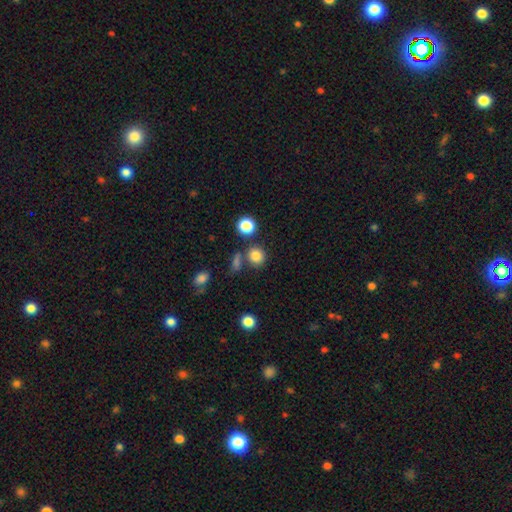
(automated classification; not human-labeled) smooth-or-featured: smooth: 82% | star or artifact: 13% | featured or disk: 5%
  how-rounded: round: 83% | in between: 16% | cigar-shaped: 1%
  merging: none: 73% | merger: 14% | minor disturbance: 9% | major disturbance: 4%